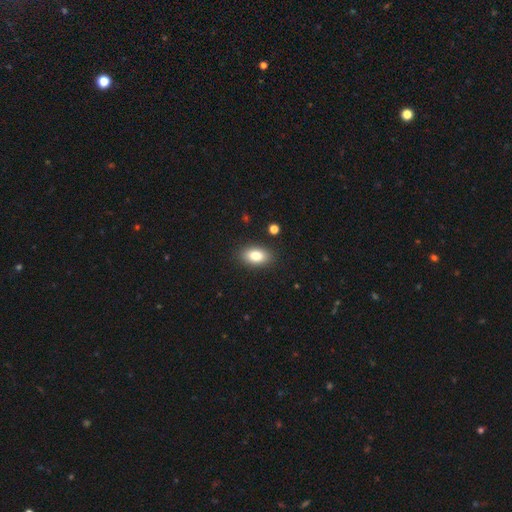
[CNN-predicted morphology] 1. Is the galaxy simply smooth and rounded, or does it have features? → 85% smooth, 8% star or artifact, 7% featured or disk.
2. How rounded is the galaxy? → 91% in between, 7% round, 2% cigar-shaped.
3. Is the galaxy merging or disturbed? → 87% none, 9% minor disturbance, 2% major disturbance, 1% merger.